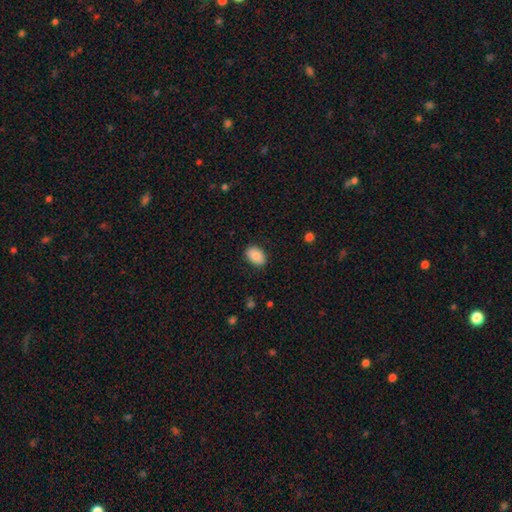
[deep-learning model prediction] Morphology: type=smooth (87%); roundness=in between (84%); merging=none (86%).